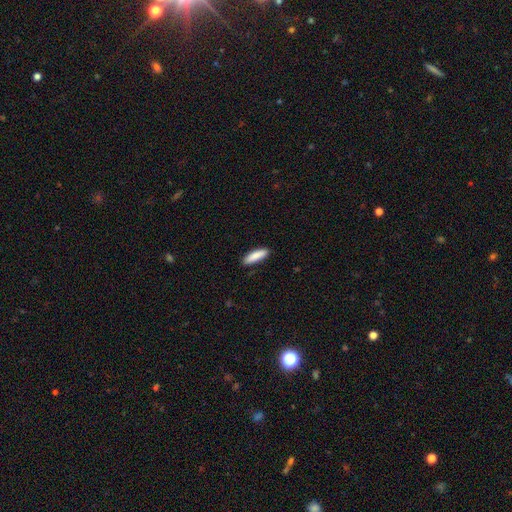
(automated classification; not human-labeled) smooth-or-featured: smooth: 87% | featured or disk: 7% | star or artifact: 5%
  how-rounded: cigar-shaped: 66% | in between: 33% | round: 1%
  merging: none: 88% | minor disturbance: 9% | major disturbance: 2% | merger: 1%